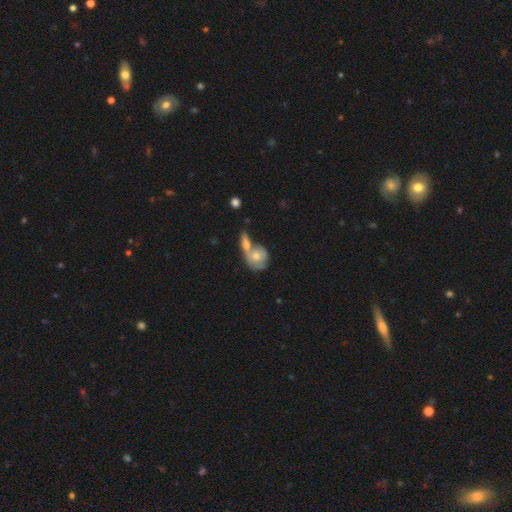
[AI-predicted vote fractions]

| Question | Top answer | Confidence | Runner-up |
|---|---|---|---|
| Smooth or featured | smooth | 59% | featured or disk (35%) |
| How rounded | round | 65% | in between (32%) |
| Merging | merger | 58% | none (26%) |